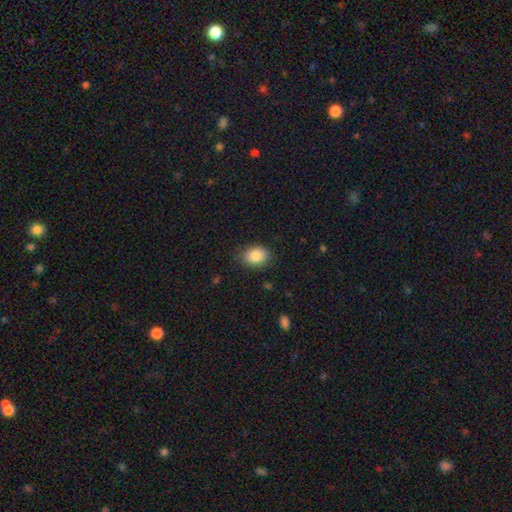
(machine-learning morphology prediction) Q: Smooth or featured?
A: smooth (87%); runner-up: star or artifact (8%)
Q: How rounded?
A: in between (71%); runner-up: round (28%)
Q: Merging?
A: none (83%); runner-up: minor disturbance (13%)